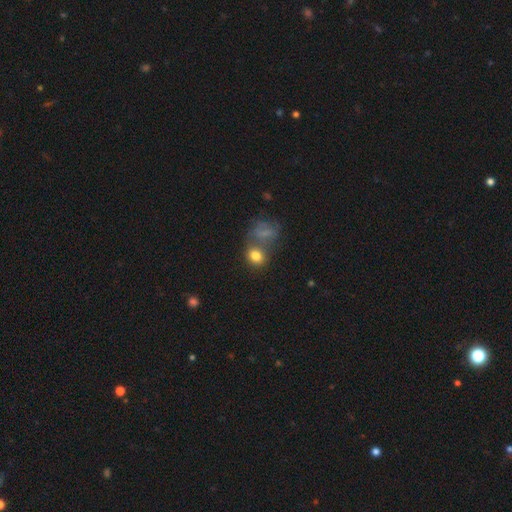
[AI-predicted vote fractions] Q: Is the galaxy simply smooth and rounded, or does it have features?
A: smooth — 79%.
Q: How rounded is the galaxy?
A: round — 54%.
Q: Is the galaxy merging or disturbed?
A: none — 49%.